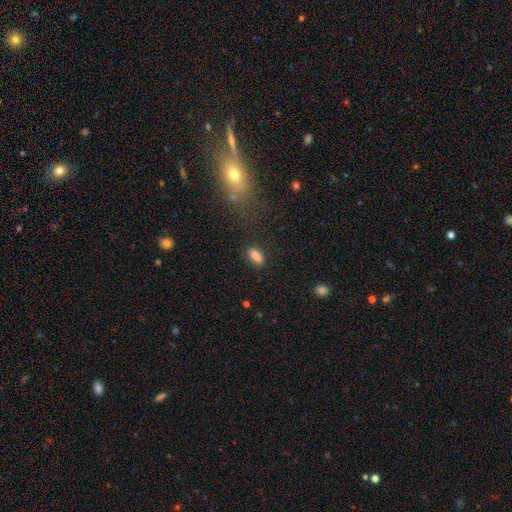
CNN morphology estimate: smooth 82%, star or artifact 10%, featured or disk 7%. Down the decision tree: how rounded — in between (83%); merging — none (78%).